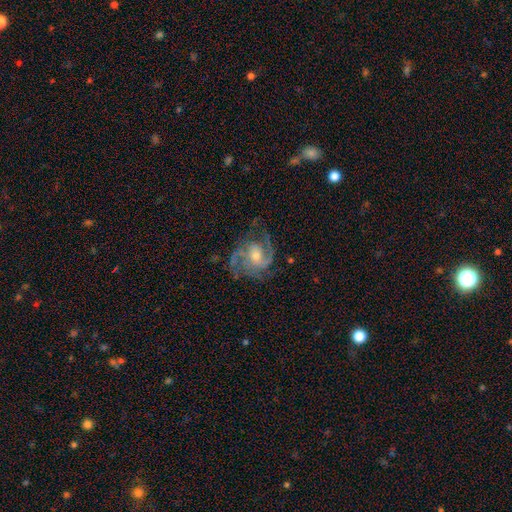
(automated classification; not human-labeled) A featured or disk galaxy (87%) with no bar (53%), 2 (37%) medium (50%) spiral arms (97%) and a moderate central bulge (50%).

Vote fractions:
- Smooth or featured? featured or disk: 87% / smooth: 6% / star or artifact: 6%
- Edge-on disk? no: 98% / yes: 2%
- Bar? no: 53% / weak: 38% / strong: 9%
- Spiral arms? yes: 97% / no: 3%
- Spiral winding? medium: 50% / tight: 35% / loose: 15%
- Spiral arm count? 2: 37% / 3: 31% / can't tell: 14% / 4: 7% / 1: 5% / more than 4: 5%
- Bulge size? moderate: 50% / small: 45% / large: 3% / none: 2% / dominant: 1%
- Merging? none: 68% / minor disturbance: 18% / major disturbance: 13% / merger: 1%